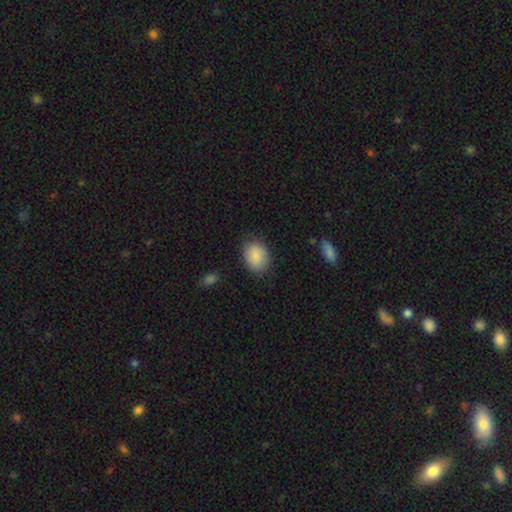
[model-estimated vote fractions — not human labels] Q: Smooth or featured?
A: smooth (87%); runner-up: star or artifact (7%)
Q: How rounded?
A: in between (58%); runner-up: round (41%)
Q: Merging?
A: none (78%); runner-up: minor disturbance (16%)